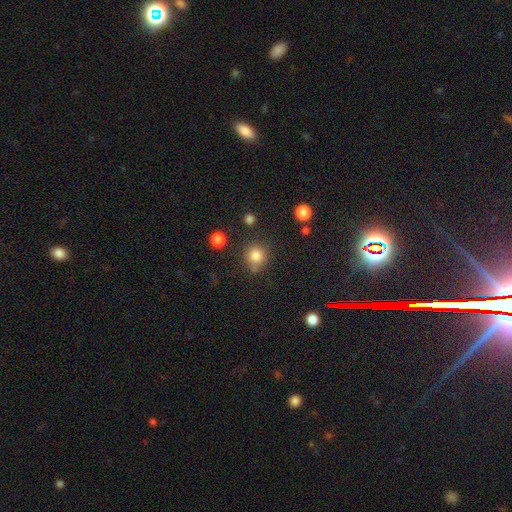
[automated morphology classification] This is clearly a smooth galaxy (82%). How rounded: clearly round (87%). Merging: likely none (73%).